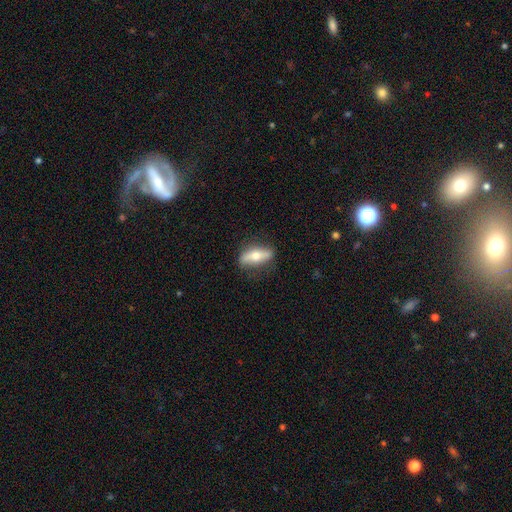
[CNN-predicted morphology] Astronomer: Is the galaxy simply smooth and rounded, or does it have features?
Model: featured or disk — 51% (runner-up: smooth, 42%).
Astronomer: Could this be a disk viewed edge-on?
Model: yes — 67%.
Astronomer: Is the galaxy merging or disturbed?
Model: none — 80%.